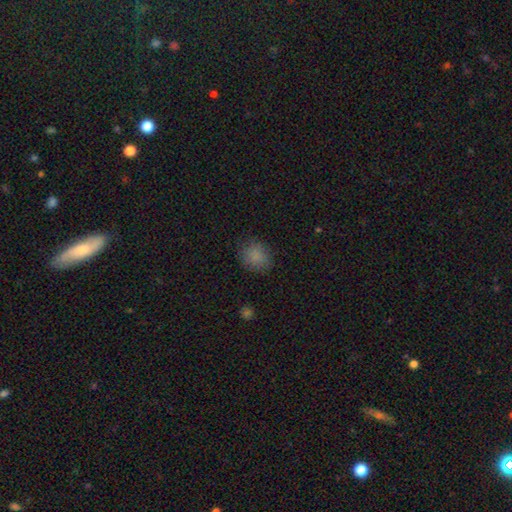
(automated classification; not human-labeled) Q: Smooth or featured?
A: smooth (83%); runner-up: star or artifact (12%)
Q: How rounded?
A: round (73%); runner-up: in between (26%)
Q: Merging?
A: none (82%); runner-up: minor disturbance (13%)